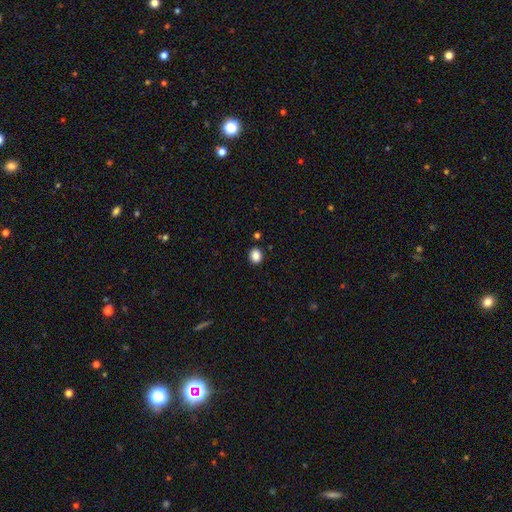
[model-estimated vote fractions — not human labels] Smooth or featured: smooth — 86% (star or artifact — 10%)
How rounded: round — 71% (in between — 28%)
Merging: none — 90% (minor disturbance — 6%)